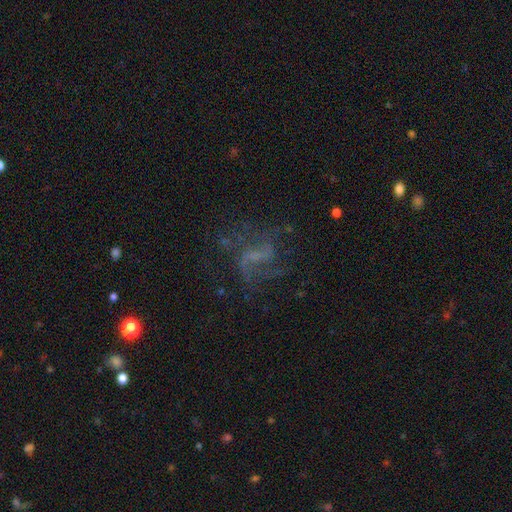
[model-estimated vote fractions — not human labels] A featured or disk galaxy (67%) with a weak bar (43%), spiral arms (73%) and no central bulge (52%).

Vote fractions:
- Smooth or featured? featured or disk: 67% / star or artifact: 18% / smooth: 15%
- Edge-on disk? no: 96% / yes: 4%
- Bar? weak: 43% / no: 36% / strong: 20%
- Spiral arms? yes: 73% / no: 27%
- Bulge size? none: 52% / small: 33% / moderate: 11% / large: 2% / dominant: 1%
- Merging? none: 51% / major disturbance: 30% / minor disturbance: 16% / merger: 3%